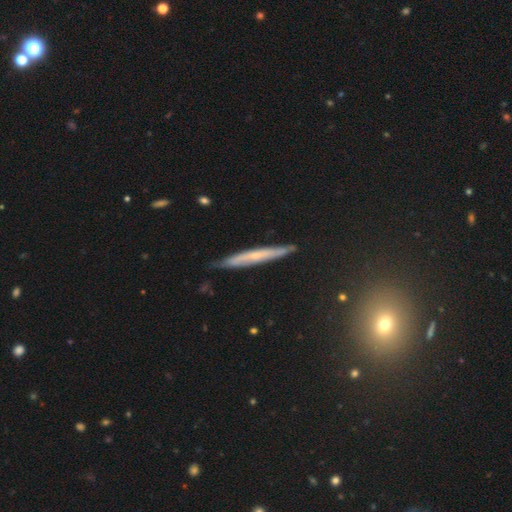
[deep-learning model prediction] Overall: featured or disk (58%; smooth 34%). Edge-on disk: yes (89%). Edge-on bulge: none (53%; rounded 43%). Merging: none (82%).